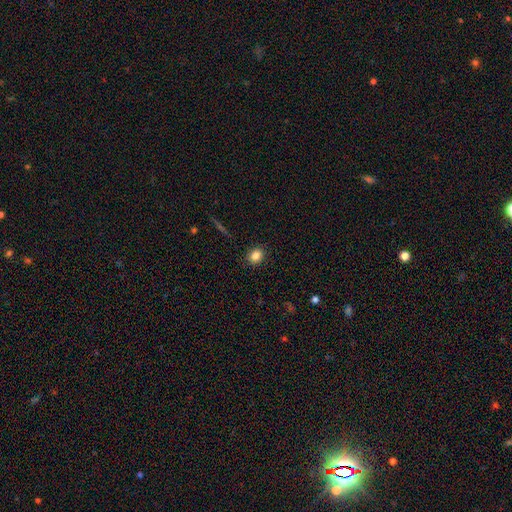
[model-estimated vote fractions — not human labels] Morphology: type=smooth (83%); roundness=round (66%); merging=none (90%).